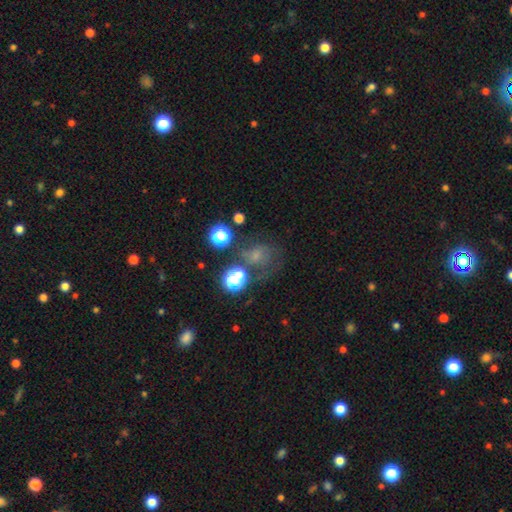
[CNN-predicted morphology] smooth-or-featured: smooth: 55% | star or artifact: 26% | featured or disk: 19%
  how-rounded: round: 68% | in between: 31% | cigar-shaped: 1%
  merging: none: 44% | major disturbance: 23% | minor disturbance: 20% | merger: 13%